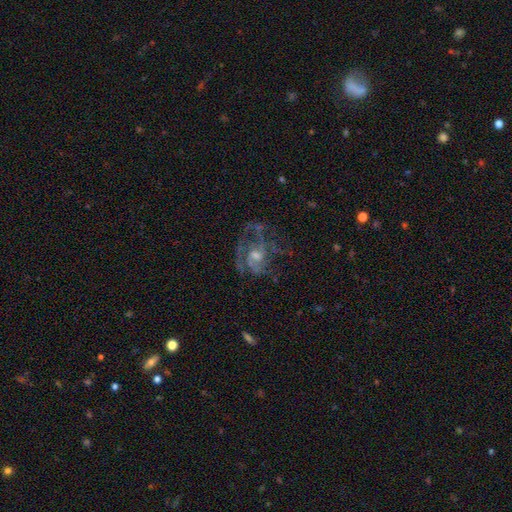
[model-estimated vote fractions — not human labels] Smooth or featured: featured or disk — 78% (star or artifact — 11%)
Edge-on disk: no — 97% (yes — 3%)
Bar: no — 60% (weak — 33%)
Spiral arms: yes — 82% (no — 18%)
Spiral winding: medium — 45% (tight — 32%)
Spiral arm count: can't tell — 33% (2 — 27%)
Bulge size: moderate — 45% (small — 44%)
Merging: none — 51% (major disturbance — 29%)